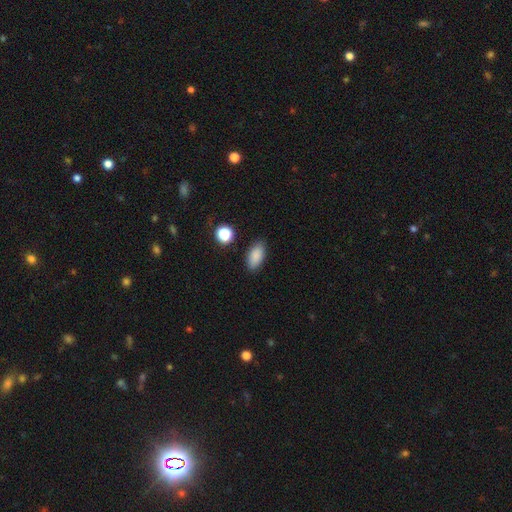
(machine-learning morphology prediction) Smooth or featured?
  - smooth: 86% *
  - star or artifact: 9%
  - featured or disk: 5%
How rounded?
  - in between: 89% *
  - cigar-shaped: 6%
  - round: 5%
Merging?
  - none: 85% *
  - minor disturbance: 10%
  - major disturbance: 3%
  - merger: 2%